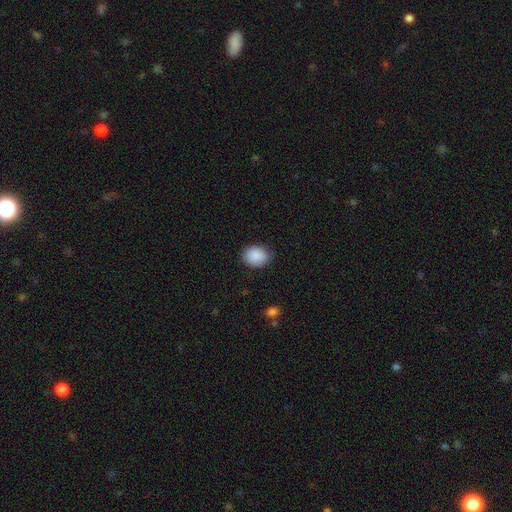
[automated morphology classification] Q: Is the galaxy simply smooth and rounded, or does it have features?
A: smooth — 89%.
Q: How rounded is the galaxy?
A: in between — 50%.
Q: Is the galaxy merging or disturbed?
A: none — 80%.